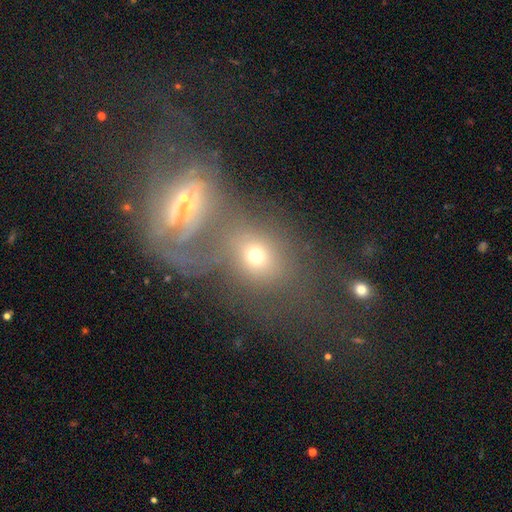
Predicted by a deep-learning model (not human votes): smooth-or-featured: smooth: 46% | featured or disk: 36% | star or artifact: 18%
  merging: merger: 58% | none: 22% | major disturbance: 11% | minor disturbance: 9%